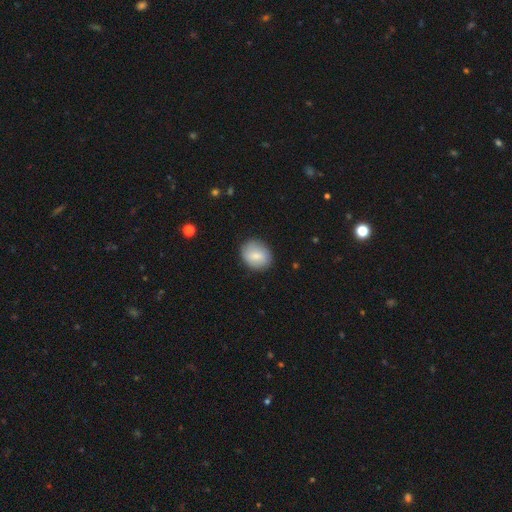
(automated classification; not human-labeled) Smooth or featured? smooth (80%)
How rounded? round (53%)
Merging? none (84%)